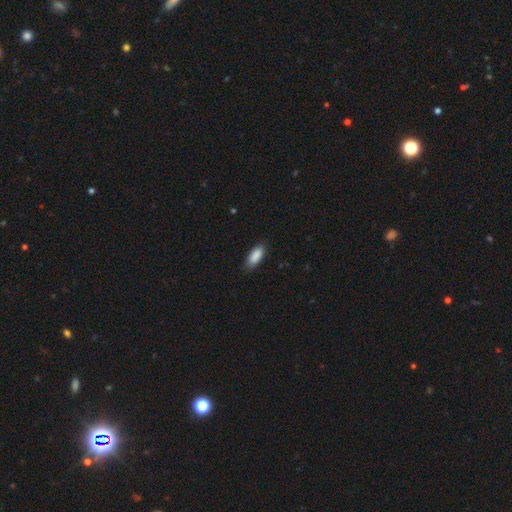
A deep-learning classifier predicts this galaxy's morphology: The model was most divided on "how rounded": in between: 78%, cigar-shaped: 20%, round: 2%. More confident: smooth or featured — smooth (89%); merging — none (81%).